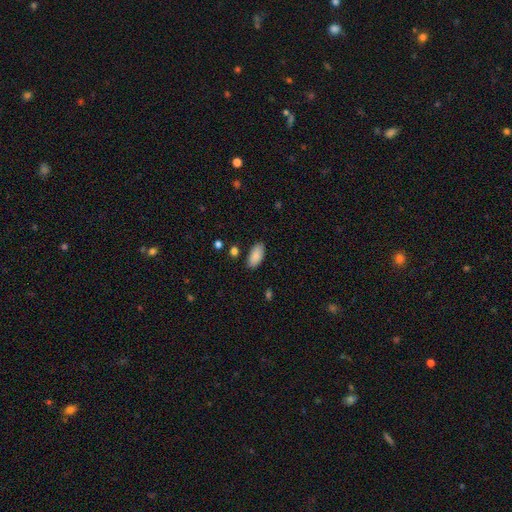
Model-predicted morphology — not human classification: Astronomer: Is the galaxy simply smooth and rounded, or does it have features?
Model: smooth — 88%.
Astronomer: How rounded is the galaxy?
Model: in between — 91%.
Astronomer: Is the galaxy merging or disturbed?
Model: none — 85%.